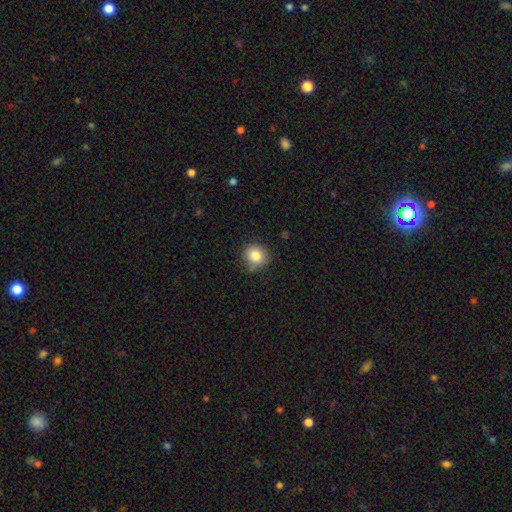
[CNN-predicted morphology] Smooth or featured?
  - smooth: 83% *
  - star or artifact: 10%
  - featured or disk: 7%
How rounded?
  - round: 85% *
  - in between: 14%
  - cigar-shaped: 1%
Merging?
  - none: 71% *
  - minor disturbance: 22%
  - major disturbance: 5%
  - merger: 3%